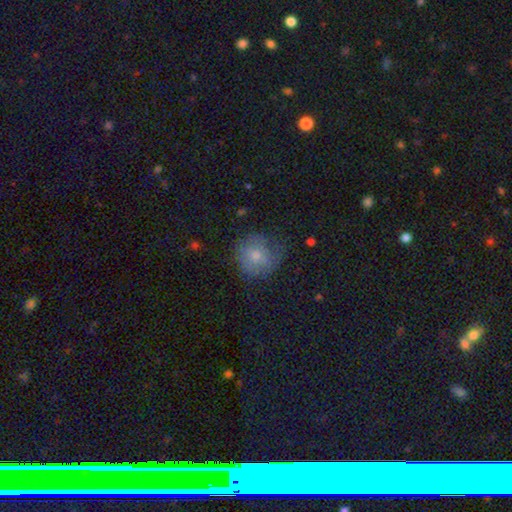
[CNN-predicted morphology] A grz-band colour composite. It shows a smooth galaxy with no disk features (67%) that is round (86%). Merging: none (62%).